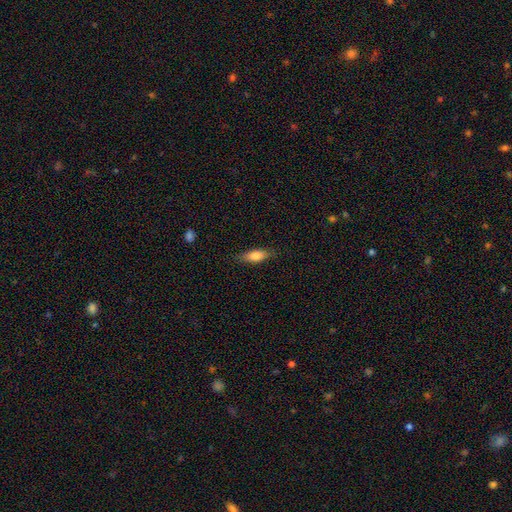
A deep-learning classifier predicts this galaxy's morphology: smooth-or-featured: smooth: 75% | featured or disk: 18% | star or artifact: 7%
  how-rounded: in between: 62% | cigar-shaped: 36% | round: 3%
  merging: none: 82% | minor disturbance: 13% | major disturbance: 3% | merger: 1%